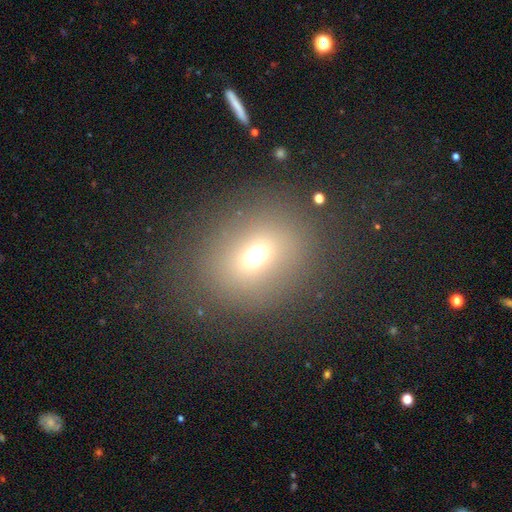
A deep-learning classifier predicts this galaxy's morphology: smooth_or_featured: smooth (p=0.66) [alt: star or artifact p=0.23]
how_rounded: round (p=0.64) [alt: in between p=0.34]
merging: none (p=0.79) [alt: minor disturbance p=0.10]